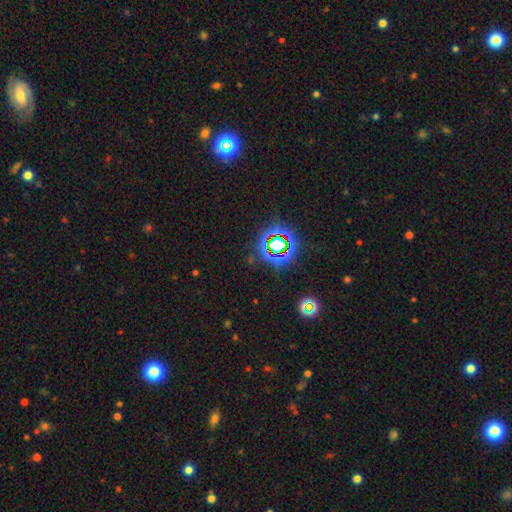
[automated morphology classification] Smooth or featured: star or artifact — 78% (smooth — 13%)